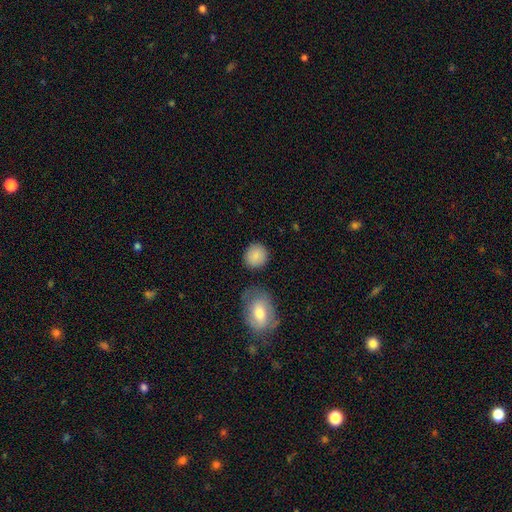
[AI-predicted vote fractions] smooth_or_featured: smooth (p=0.87) [alt: star or artifact p=0.07]
how_rounded: round (p=0.84) [alt: in between p=0.15]
merging: none (p=0.82) [alt: minor disturbance p=0.10]